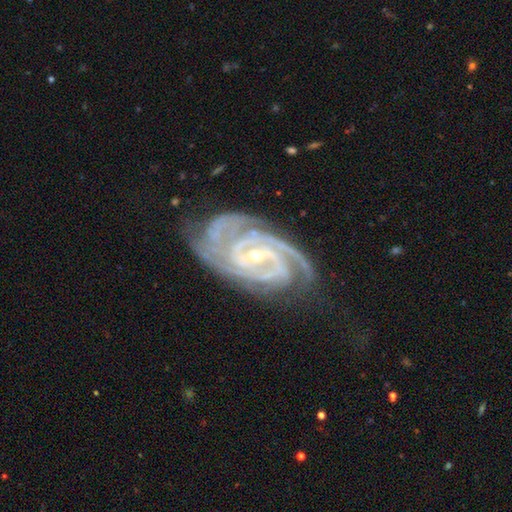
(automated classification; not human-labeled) Overall: featured or disk (93%). Edge-on disk: no (97%). Bar: weak (40%; no 32%). Spiral arms: yes (99%). Spiral arm count: 3 (36%; 2 25%). Spiral winding: tight (72%). Bulge size: small (72%). Merging: none (66%).